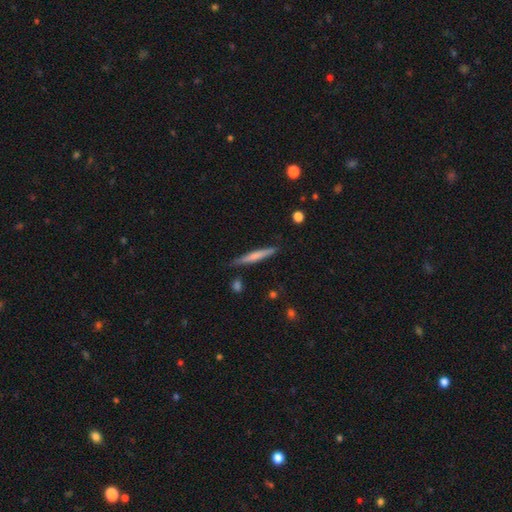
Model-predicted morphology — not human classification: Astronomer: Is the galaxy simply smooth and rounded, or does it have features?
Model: smooth — 58% (runner-up: featured or disk, 36%).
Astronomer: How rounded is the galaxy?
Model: cigar-shaped — 95%.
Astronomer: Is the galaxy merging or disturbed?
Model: none — 83%.